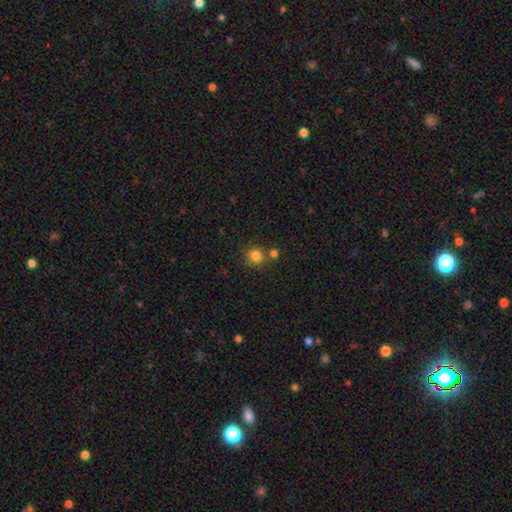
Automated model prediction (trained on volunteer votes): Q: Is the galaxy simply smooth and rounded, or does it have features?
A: smooth — 82%.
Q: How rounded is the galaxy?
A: round — 88%.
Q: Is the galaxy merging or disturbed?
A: none — 72%.